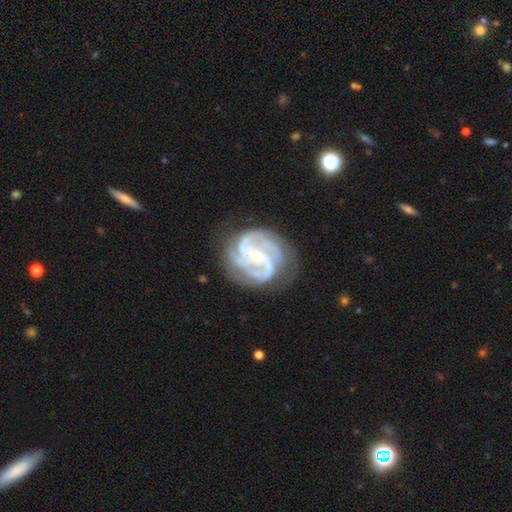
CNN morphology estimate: smooth-or-featured: featured or disk: 91% | star or artifact: 5% | smooth: 4%
  disk-edge-on: no: 98% | yes: 2%
    bar: no: 48% | weak: 34% | strong: 18%
    has-spiral-arms: yes: 98% | no: 2%
      spiral-winding: tight: 52% | medium: 40% | loose: 7%
      spiral-arm-count: 3: 41% | 4: 23% | 2: 14% | can't tell: 11% | more than 4: 6% | 1: 5%
    bulge-size: small: 78% | moderate: 18% | none: 2% | large: 1% | dominant: 1%
  merging: none: 75% | minor disturbance: 16% | major disturbance: 7% | merger: 1%